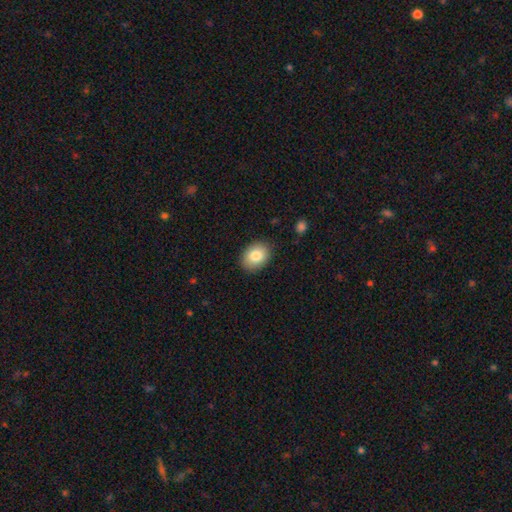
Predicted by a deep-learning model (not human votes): Overall: smooth (84%). How rounded: in between (68%; round 31%). Merging: none (87%).